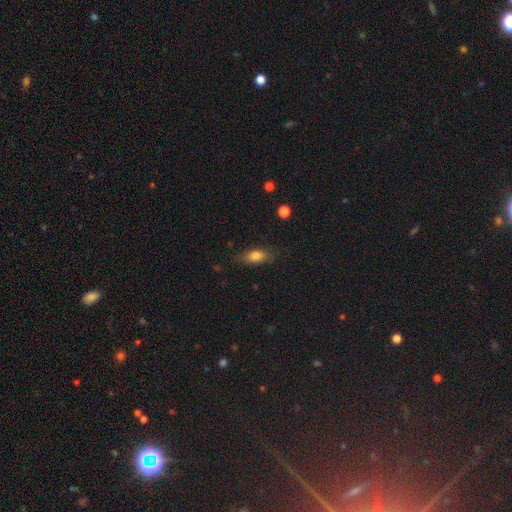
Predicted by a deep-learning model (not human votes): This appears to be a smooth galaxy with no disk features (79%) that is in between round and cigar-shaped (79%). Merging: none (76%).